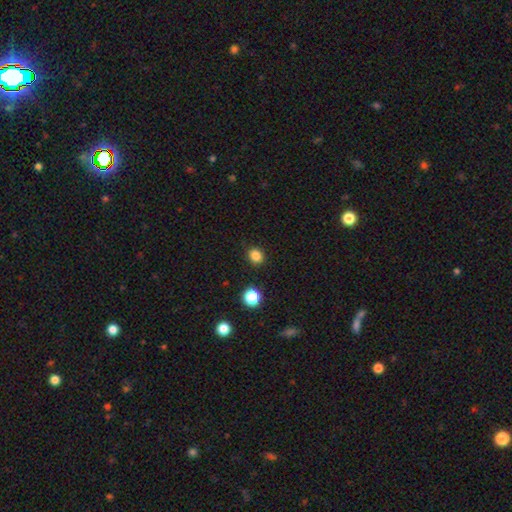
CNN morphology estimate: Smooth or featured? smooth (83%)
How rounded? round (68%)
Merging? none (89%)